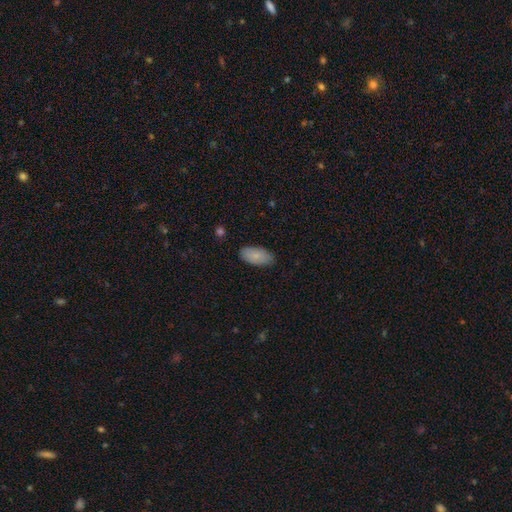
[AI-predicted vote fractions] Q: Smooth or featured?
A: smooth (86%); runner-up: featured or disk (8%)
Q: How rounded?
A: in between (94%); runner-up: cigar-shaped (4%)
Q: Merging?
A: none (82%); runner-up: minor disturbance (15%)